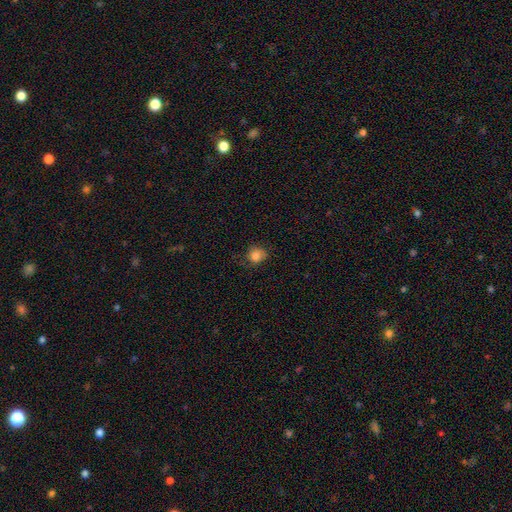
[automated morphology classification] Smooth or featured: smooth — 83% (star or artifact — 11%)
How rounded: round — 77% (in between — 22%)
Merging: none — 70% (minor disturbance — 23%)